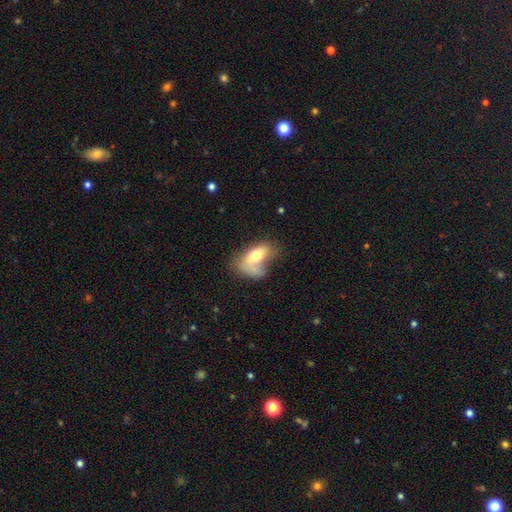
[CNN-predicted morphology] A smooth galaxy with no disk features (64%) that is in between round and cigar-shaped (86%). Merging: major disturbance (30%).